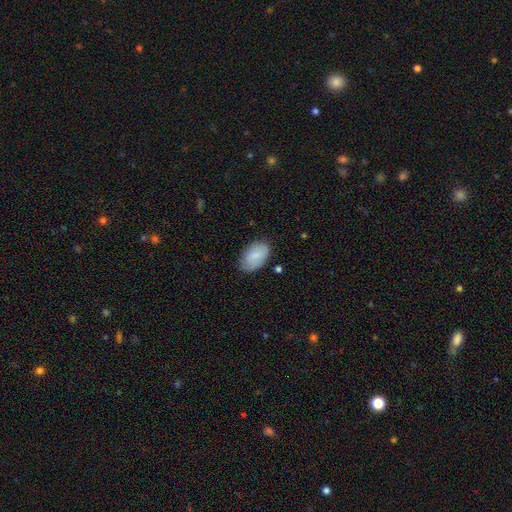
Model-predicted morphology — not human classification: type=smooth (83%); roundness=in between (93%); merging=none (76%).